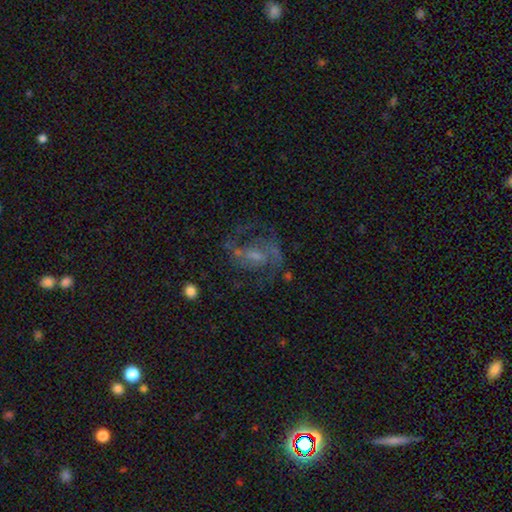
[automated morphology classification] Overall: featured or disk (75%). Edge-on disk: no (97%). Bar: weak (51%; no 34%). Spiral arms: yes (84%). Spiral arm count: 2 (77%). Spiral winding: medium (54%; loose 29%). Bulge size: small (44%; moderate 32%). Merging: none (57%; major disturbance 22%).